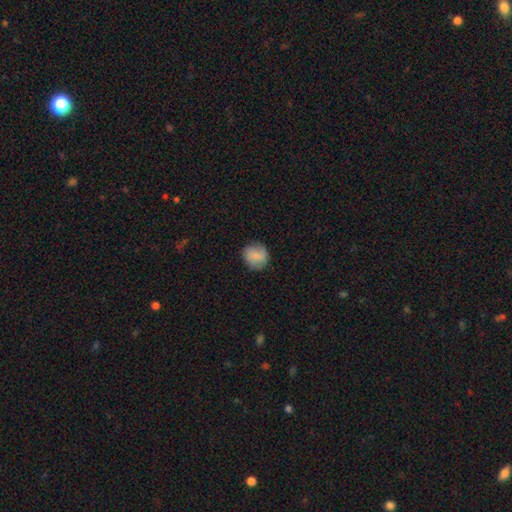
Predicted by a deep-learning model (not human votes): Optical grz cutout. It shows a smooth galaxy with no disk features (81%) that is round (86%). Merging: none (84%).